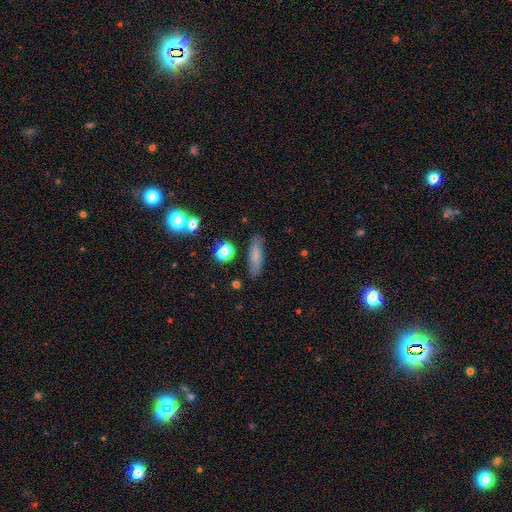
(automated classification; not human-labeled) Smooth or featured?
  - smooth: 74% *
  - featured or disk: 16%
  - star or artifact: 10%
How rounded?
  - cigar-shaped: 59% *
  - in between: 37%
  - round: 3%
Merging?
  - none: 83% *
  - minor disturbance: 12%
  - major disturbance: 3%
  - merger: 2%